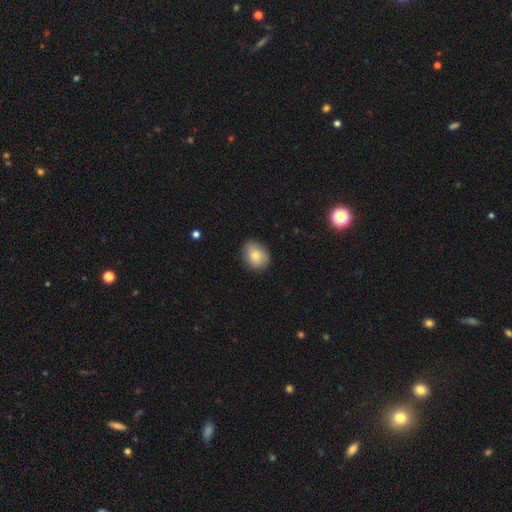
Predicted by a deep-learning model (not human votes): smooth-or-featured: smooth: 79% | featured or disk: 13% | star or artifact: 8%
  how-rounded: round: 52% | in between: 47% | cigar-shaped: 1%
  merging: none: 82% | minor disturbance: 14% | major disturbance: 3% | merger: 1%